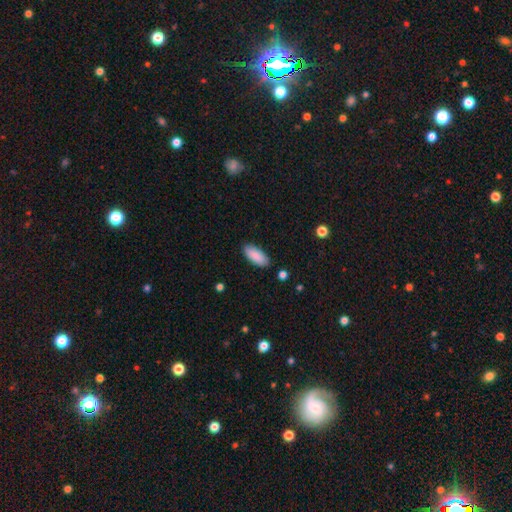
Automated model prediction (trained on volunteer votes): This appears to be a smooth galaxy with no disk features (89%) that is in between round and cigar-shaped (83%). Merging: none (88%).